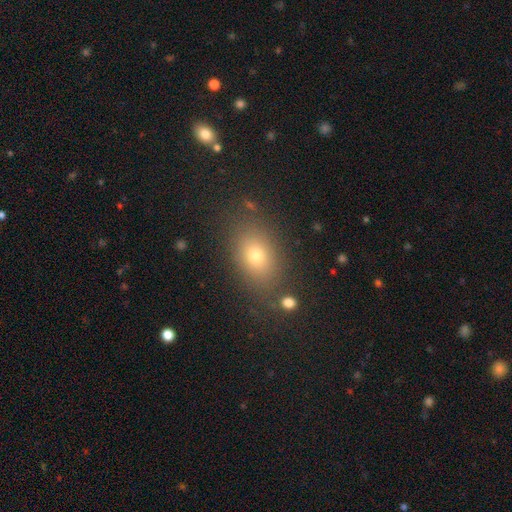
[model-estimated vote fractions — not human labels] This is likely a smooth galaxy (73%). How rounded: likely in between (78%). Merging: clearly none (81%).